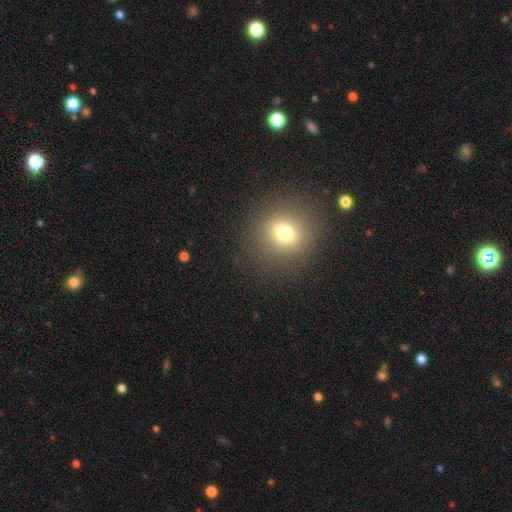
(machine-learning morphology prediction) type=smooth (66%); roundness=round (75%); merging=none (89%).